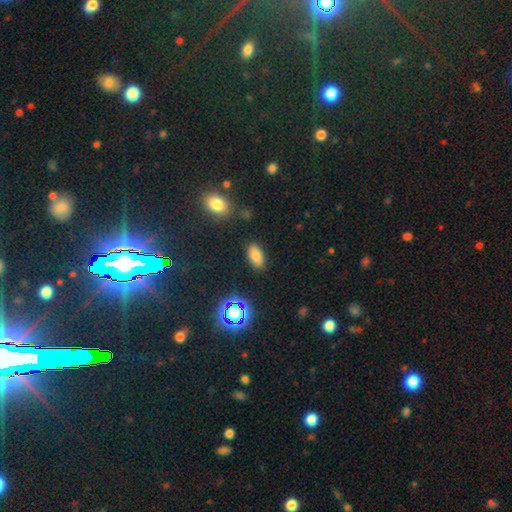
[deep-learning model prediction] This appears to be a smooth galaxy with no disk features (77%) that is in between round and cigar-shaped (91%). Merging: none (87%).